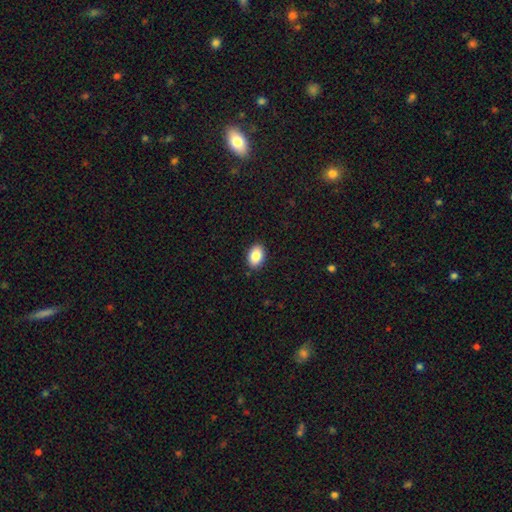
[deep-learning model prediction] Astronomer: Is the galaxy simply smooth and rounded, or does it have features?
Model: smooth — 88%.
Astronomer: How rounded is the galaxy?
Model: in between — 88%.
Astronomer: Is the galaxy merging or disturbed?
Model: none — 89%.